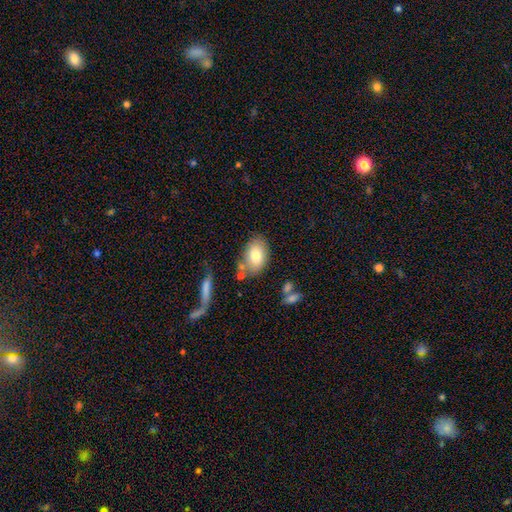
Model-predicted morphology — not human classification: The model was most divided on "merging": none: 70%, minor disturbance: 17%, merger: 8%, major disturbance: 5%. More confident: how rounded — in between (88%); smooth or featured — smooth (77%).